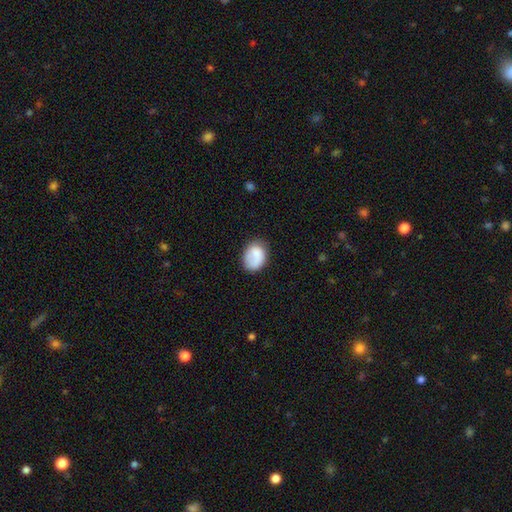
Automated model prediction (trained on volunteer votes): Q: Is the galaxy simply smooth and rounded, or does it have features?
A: smooth — 79%.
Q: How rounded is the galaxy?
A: in between — 64%.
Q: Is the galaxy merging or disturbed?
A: none — 63%.